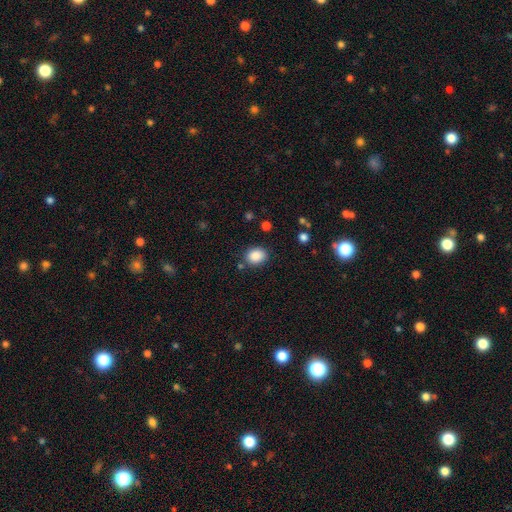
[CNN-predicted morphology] Q: Smooth or featured?
A: smooth (87%); runner-up: star or artifact (9%)
Q: How rounded?
A: in between (53%); runner-up: round (46%)
Q: Merging?
A: none (81%); runner-up: minor disturbance (12%)